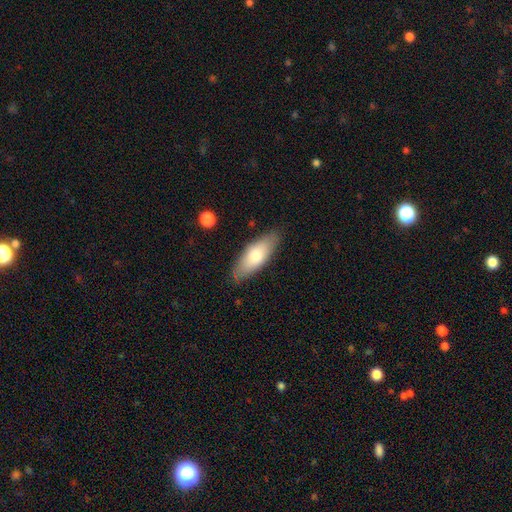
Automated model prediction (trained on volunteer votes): smooth 70%, featured or disk 24%, star or artifact 6%. Down the decision tree: how rounded — in between (66%); merging — none (85%).